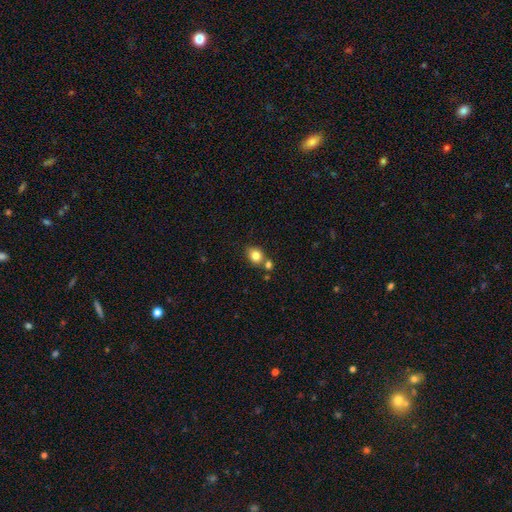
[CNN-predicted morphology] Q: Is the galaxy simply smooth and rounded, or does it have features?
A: smooth — 82%.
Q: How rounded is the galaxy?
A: round — 58%.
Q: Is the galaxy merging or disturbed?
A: none — 62%.